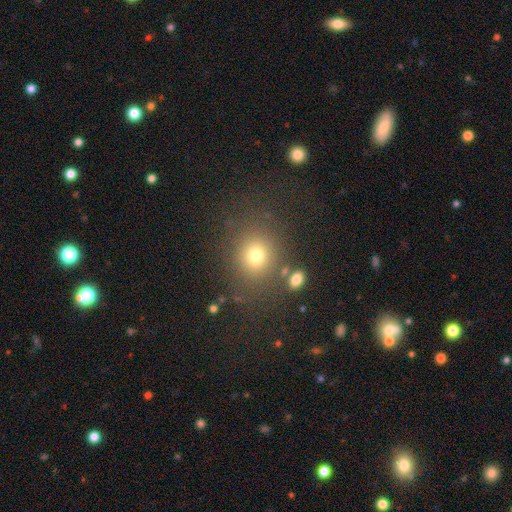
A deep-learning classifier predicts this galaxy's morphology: smooth_or_featured: smooth (p=0.73) [alt: star or artifact p=0.17]
how_rounded: round (p=0.78) [alt: in between p=0.21]
merging: none (p=0.79) [alt: minor disturbance p=0.10]